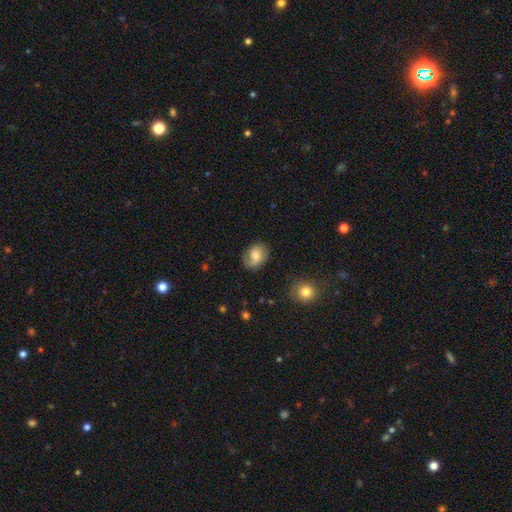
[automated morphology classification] smooth 57%, featured or disk 35%, star or artifact 8%. Down the decision tree: how rounded — in between (66%); merging — none (64%).